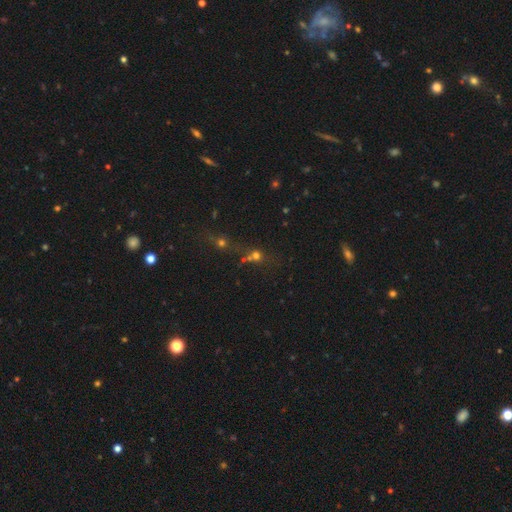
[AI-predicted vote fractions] Smooth or featured? Predicted: smooth (p=0.55). How rounded? Predicted: round (p=0.84). Merging? Predicted: none (p=0.43).